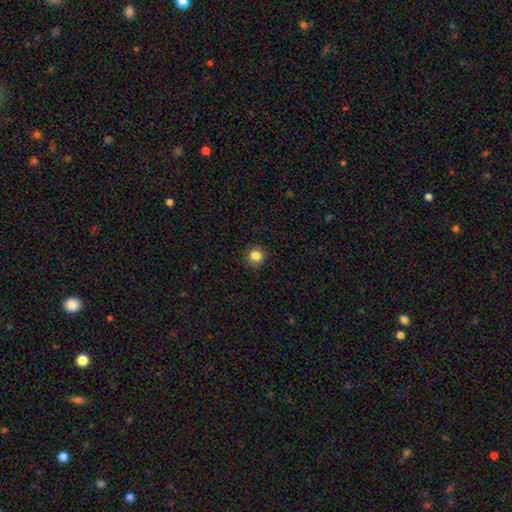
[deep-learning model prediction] Smooth or featured? smooth (84%)
How rounded? round (92%)
Merging? none (90%)